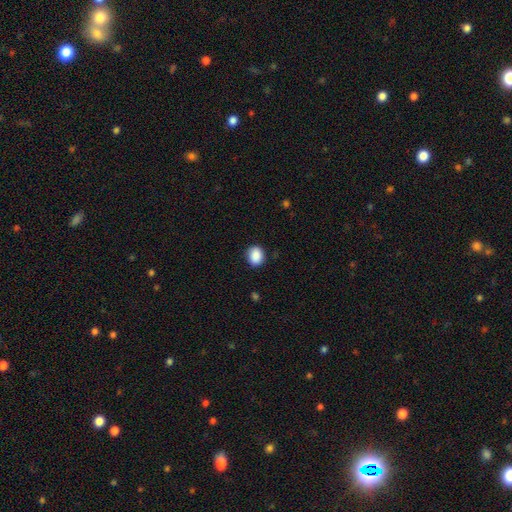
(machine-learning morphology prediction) smooth-or-featured: smooth: 89% | star or artifact: 8% | featured or disk: 3%
  how-rounded: round: 51% | in between: 48% | cigar-shaped: 1%
  merging: none: 87% | minor disturbance: 9% | major disturbance: 2% | merger: 1%